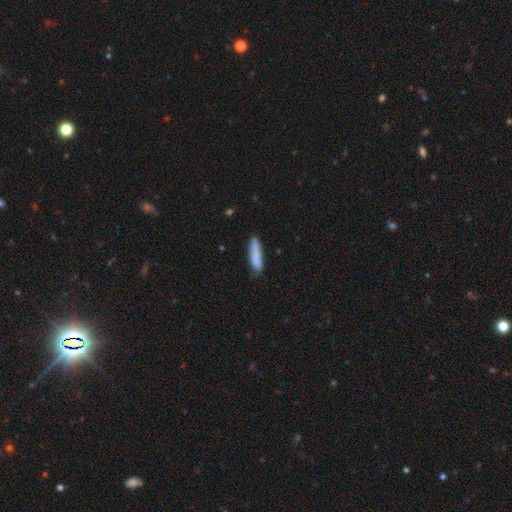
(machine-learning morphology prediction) smooth_or_featured: smooth (p=0.83) [alt: featured or disk p=0.11]
how_rounded: cigar-shaped (p=0.74) [alt: in between p=0.24]
merging: none (p=0.75) [alt: minor disturbance p=0.19]